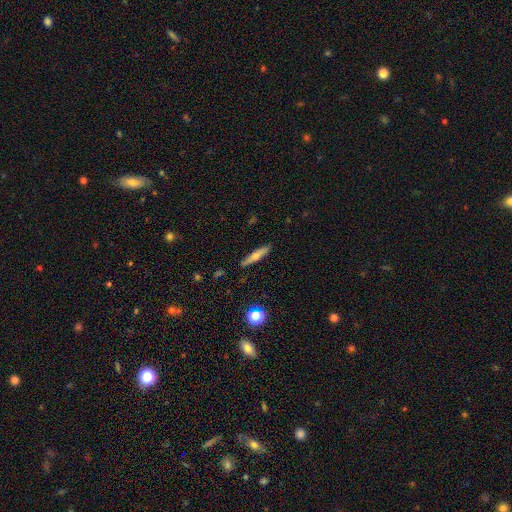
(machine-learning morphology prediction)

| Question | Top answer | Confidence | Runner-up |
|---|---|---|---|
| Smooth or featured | smooth | 50% | featured or disk (43%) |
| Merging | none | 89% | minor disturbance (8%) |